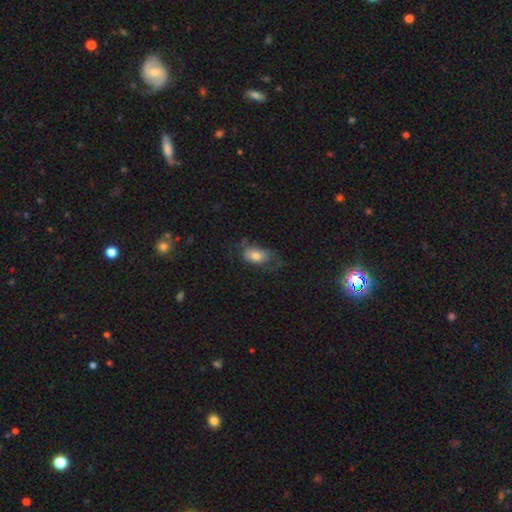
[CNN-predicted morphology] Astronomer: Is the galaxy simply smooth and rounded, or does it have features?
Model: smooth — 71%.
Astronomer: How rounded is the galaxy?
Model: in between — 89%.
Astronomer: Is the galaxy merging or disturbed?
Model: none — 38% (runner-up: major disturbance, 30%).